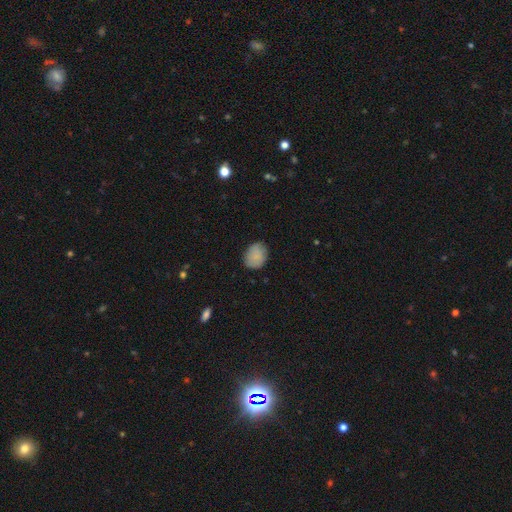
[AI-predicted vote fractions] Smooth or featured? smooth (86%)
How rounded? in between (52%)
Merging? none (80%)